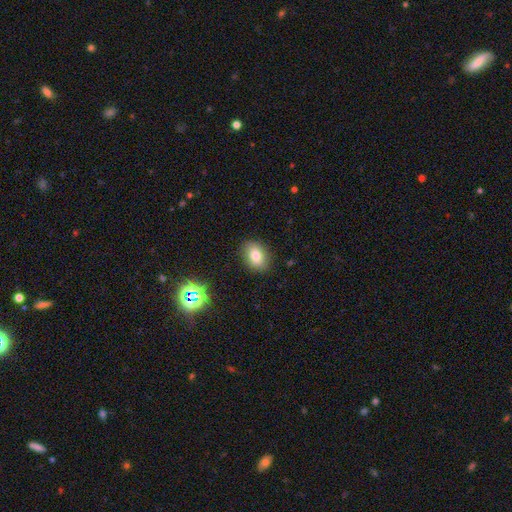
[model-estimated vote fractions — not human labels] This appears to be a smooth galaxy with no disk features (79%) that is in between round and cigar-shaped (78%). Merging: none (87%).